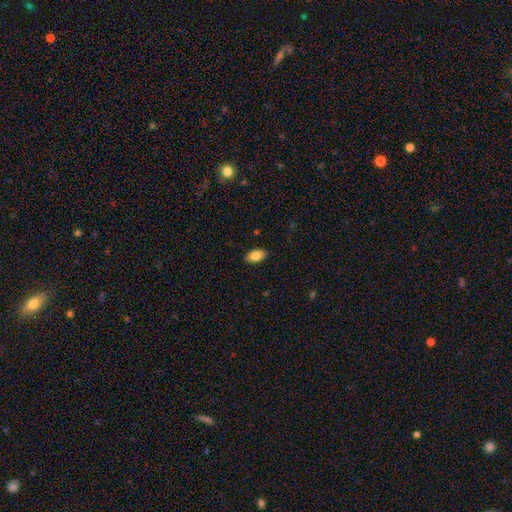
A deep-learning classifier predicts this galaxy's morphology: The model was most divided on "merging": none: 87%, minor disturbance: 10%, major disturbance: 2%, merger: 1%. More confident: how rounded — in between (92%); smooth or featured — smooth (85%).